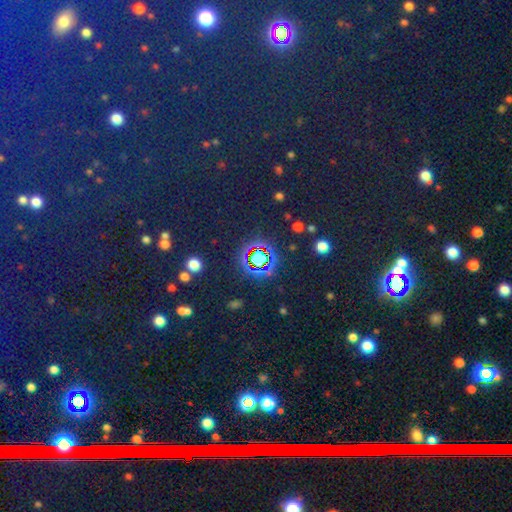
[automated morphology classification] Q: Smooth or featured?
A: star or artifact (70%); runner-up: smooth (20%)